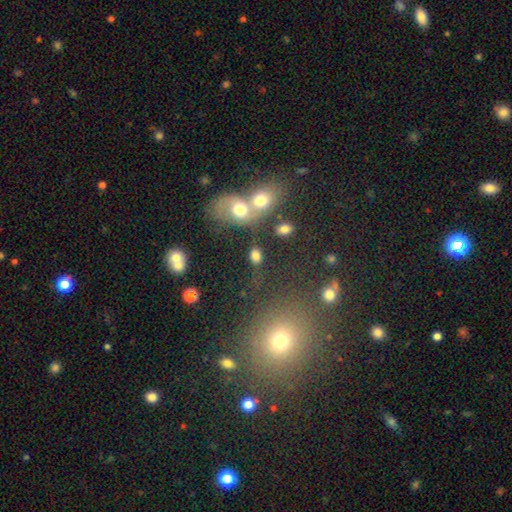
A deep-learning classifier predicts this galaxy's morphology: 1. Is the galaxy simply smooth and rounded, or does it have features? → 75% smooth, 14% star or artifact, 11% featured or disk.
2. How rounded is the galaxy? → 67% in between, 30% round, 3% cigar-shaped.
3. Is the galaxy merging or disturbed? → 48% none, 28% merger, 14% minor disturbance, 10% major disturbance.